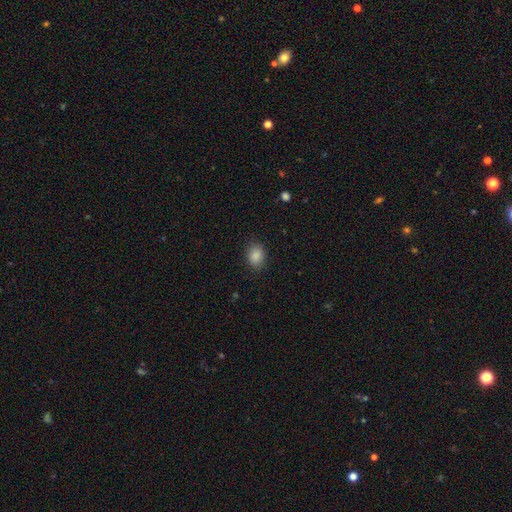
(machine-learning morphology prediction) Overall: smooth (88%). How rounded: in between (67%; round 32%). Merging: none (86%).